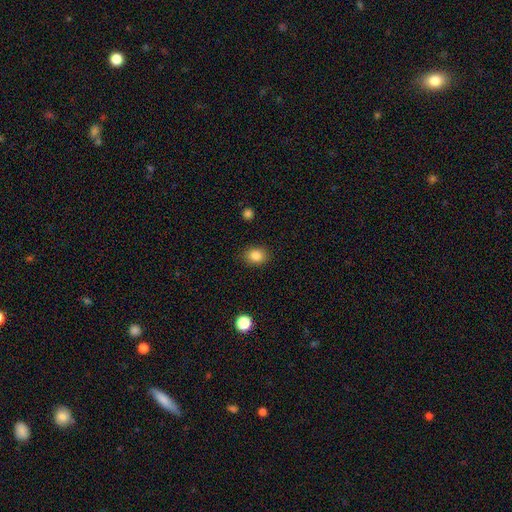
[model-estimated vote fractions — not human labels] Smooth or featured? smooth (85%)
How rounded? in between (50%)
Merging? none (88%)